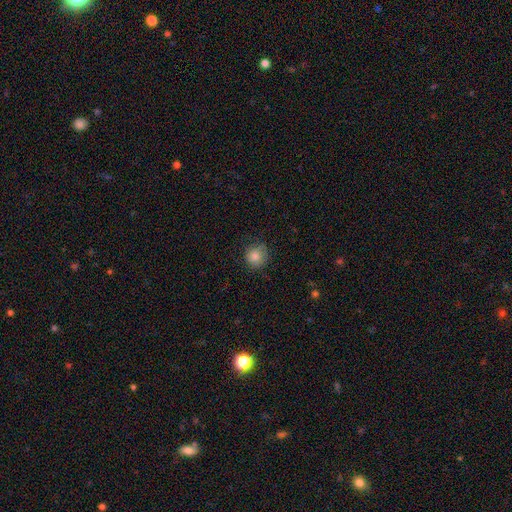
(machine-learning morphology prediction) smooth_or_featured: smooth (p=0.82) [alt: star or artifact p=0.10]
how_rounded: round (p=0.90) [alt: in between p=0.09]
merging: none (p=0.76) [alt: minor disturbance p=0.19]